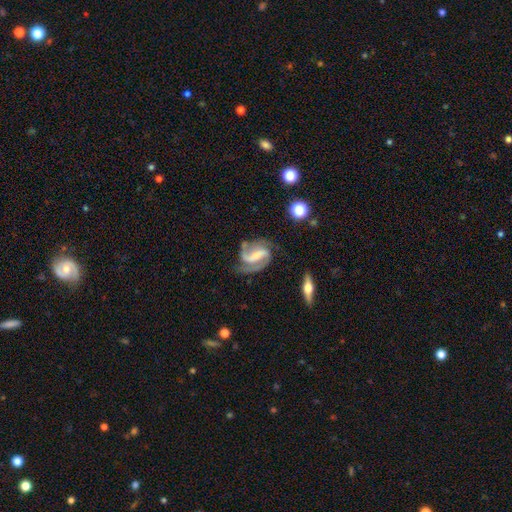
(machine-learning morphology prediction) This is clearly a featured or disk galaxy (88%). It is clearly not viewed edge-on (97%). Bar: possibly strong (51%). Spiral arm pattern: clearly yes (97%). Spiral arm count: clearly 2 (81%). Spiral winding: possibly medium (52%). Central bulge: possibly small (50%). Merging: likely none (62%).